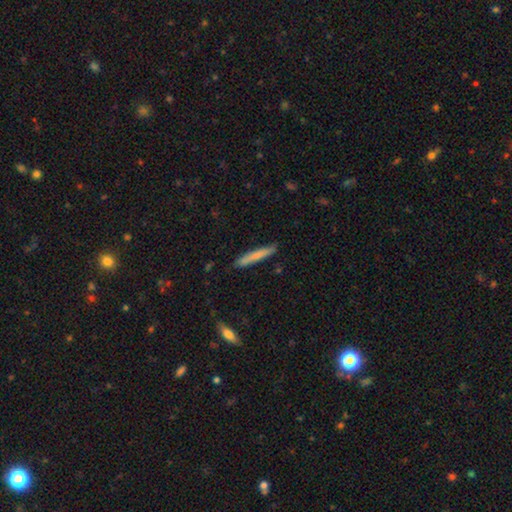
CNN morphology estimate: This appears to be a smooth galaxy with no disk features (74%) that is cigar-shaped (95%). Merging: none (87%).